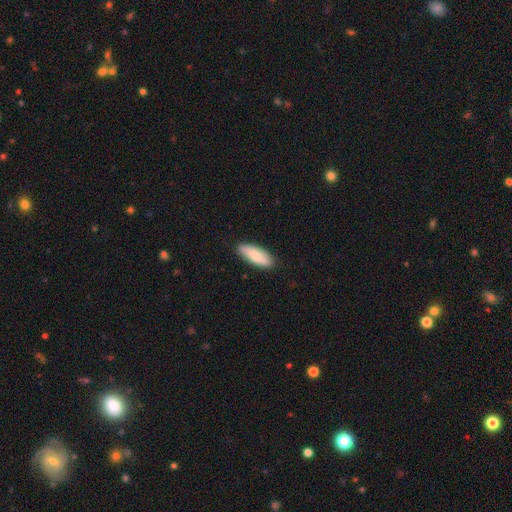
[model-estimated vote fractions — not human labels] A smooth galaxy with no disk features (78%) that is in between round and cigar-shaped (70%). Merging: none (86%).